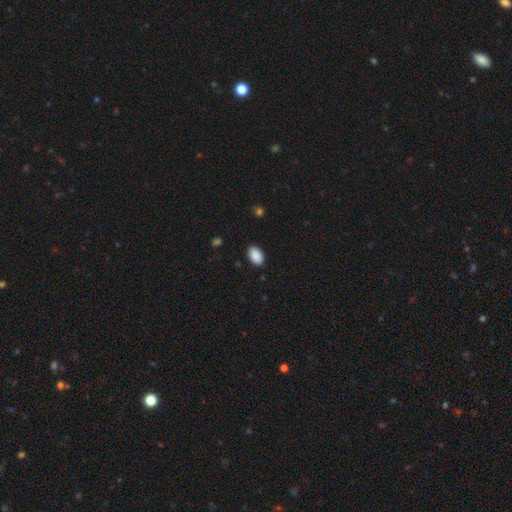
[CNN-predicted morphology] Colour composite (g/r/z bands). It shows a smooth galaxy with no disk features (90%) that is in between round and cigar-shaped (91%). Merging: none (88%).